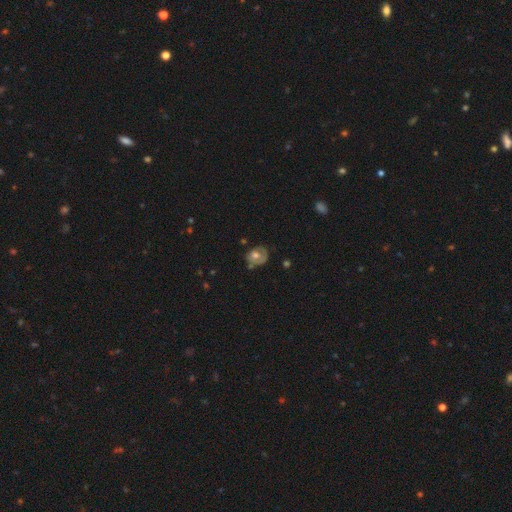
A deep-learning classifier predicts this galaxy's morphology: Smooth or featured: smooth — 50% (featured or disk — 41%)
Merging: none — 52% (minor disturbance — 30%)